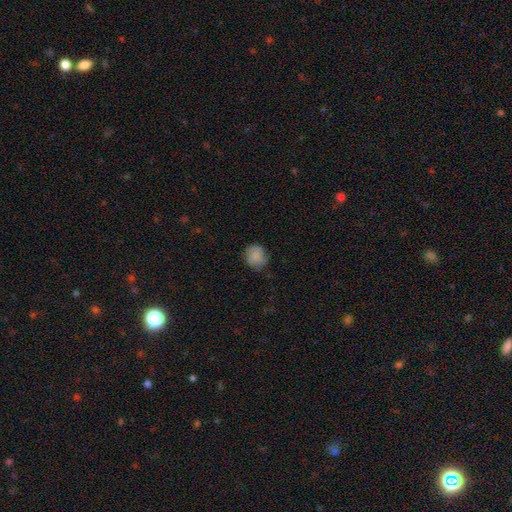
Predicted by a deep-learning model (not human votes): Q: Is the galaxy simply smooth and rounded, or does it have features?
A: smooth — 76%.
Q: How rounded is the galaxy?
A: round — 77%.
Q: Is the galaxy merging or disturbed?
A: none — 71%.